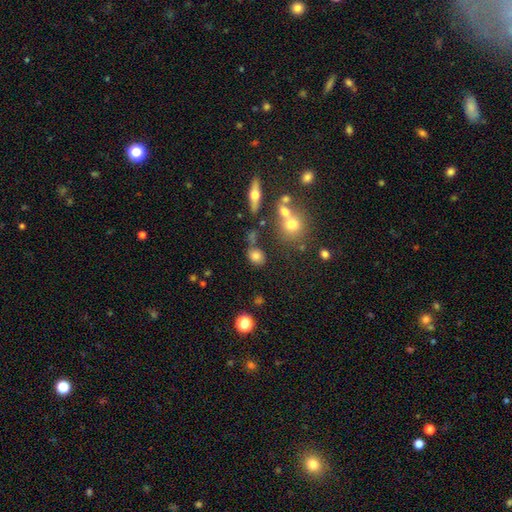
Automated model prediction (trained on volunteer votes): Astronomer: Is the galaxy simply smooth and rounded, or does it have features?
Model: smooth — 75%.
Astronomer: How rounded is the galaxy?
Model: round — 52% (runner-up: in between, 45%).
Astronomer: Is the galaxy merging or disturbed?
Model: none — 66%.